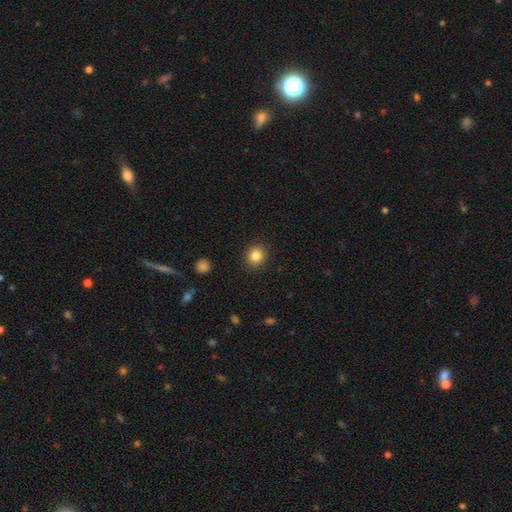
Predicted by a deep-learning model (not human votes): Overall: smooth (84%). How rounded: round (88%). Merging: none (91%).